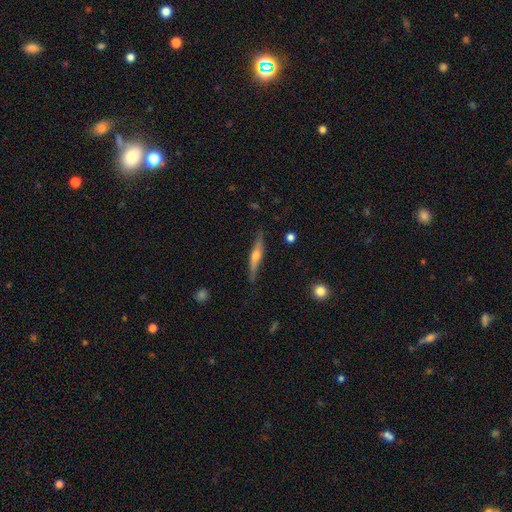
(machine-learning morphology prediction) Overall: featured or disk (65%; smooth 29%). Edge-on disk: yes (95%). Edge-on bulge: rounded (88%). Merging: none (82%).